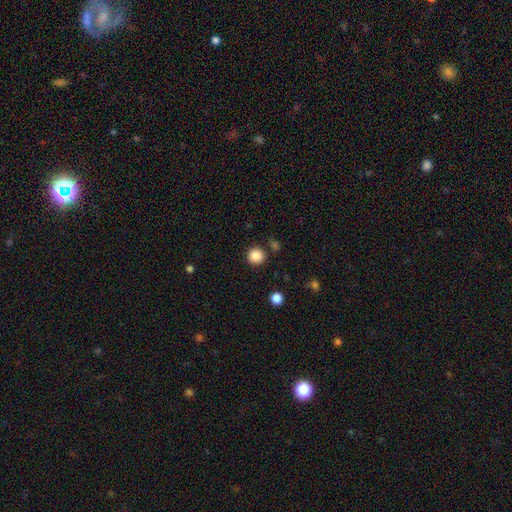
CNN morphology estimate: Smooth or featured?
  - smooth: 87% *
  - star or artifact: 10%
  - featured or disk: 3%
How rounded?
  - round: 94% *
  - in between: 5%
  - cigar-shaped: 1%
Merging?
  - none: 87% *
  - minor disturbance: 7%
  - merger: 3%
  - major disturbance: 3%